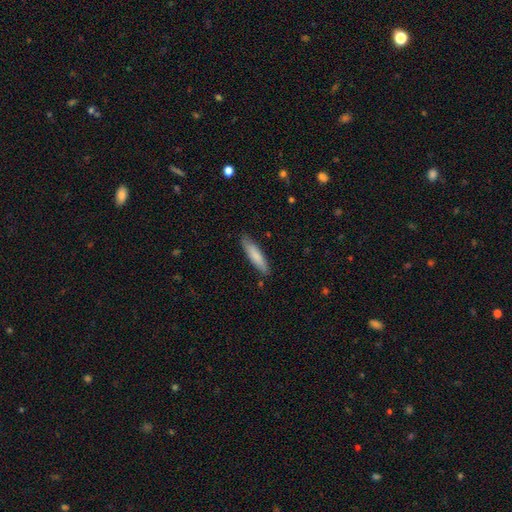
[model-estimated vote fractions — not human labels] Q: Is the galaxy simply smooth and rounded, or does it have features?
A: smooth — 80%.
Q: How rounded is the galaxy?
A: cigar-shaped — 78%.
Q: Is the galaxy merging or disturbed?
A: none — 85%.